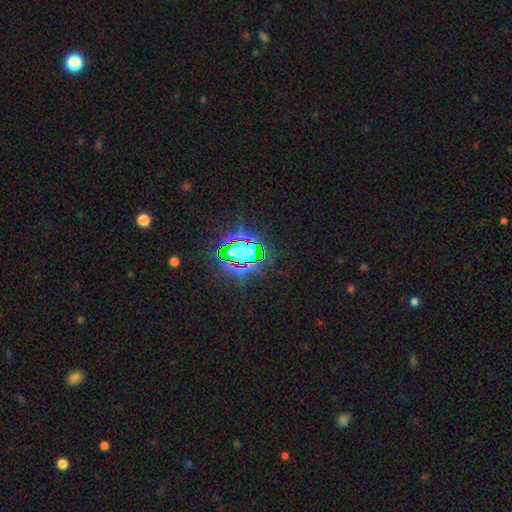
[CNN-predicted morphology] star or artifact 82%, smooth 11%, featured or disk 7%.